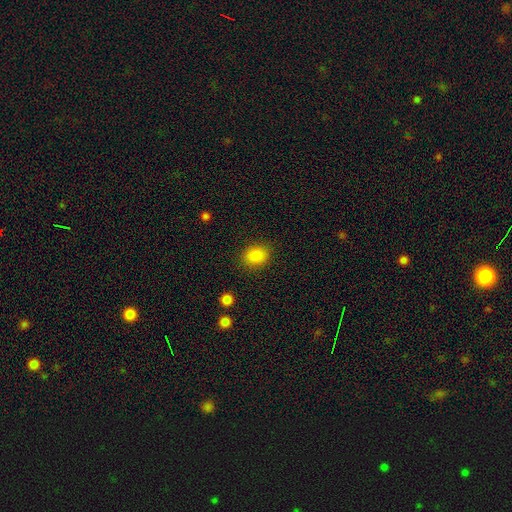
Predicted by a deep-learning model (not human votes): A smooth galaxy with no disk features (86%) that is round (51%).

Vote fractions:
- Smooth or featured? smooth: 86% / star or artifact: 10% / featured or disk: 5%
- How rounded? round: 51% / in between: 48% / cigar-shaped: 1%
- Merging? none: 87% / minor disturbance: 9% / major disturbance: 3% / merger: 1%